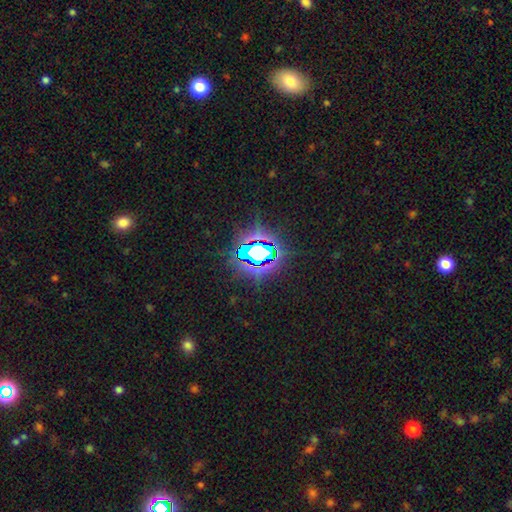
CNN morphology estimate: Smooth or featured? star or artifact (73%)